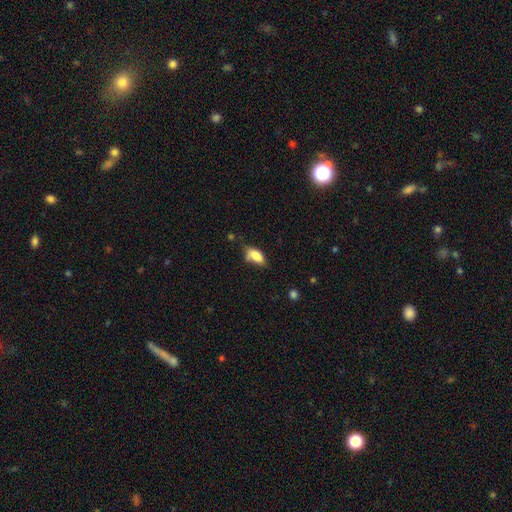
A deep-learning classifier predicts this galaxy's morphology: Smooth or featured: smooth — 79% (featured or disk — 13%)
How rounded: in between — 86% (cigar-shaped — 10%)
Merging: none — 47% (minor disturbance — 34%)